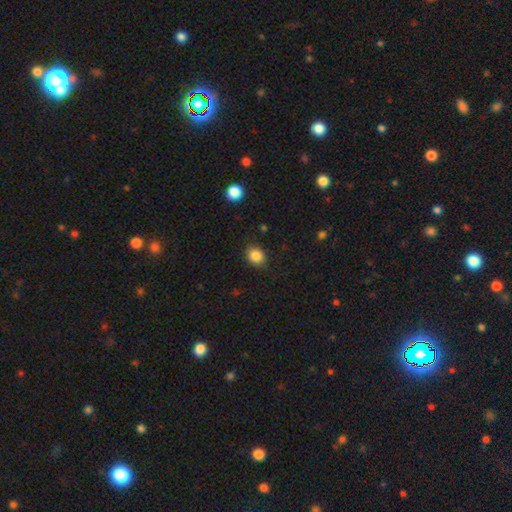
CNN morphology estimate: The model was most divided on "how rounded": round: 65%, in between: 34%, cigar-shaped: 1%. More confident: merging — none (87%); smooth or featured — smooth (85%).